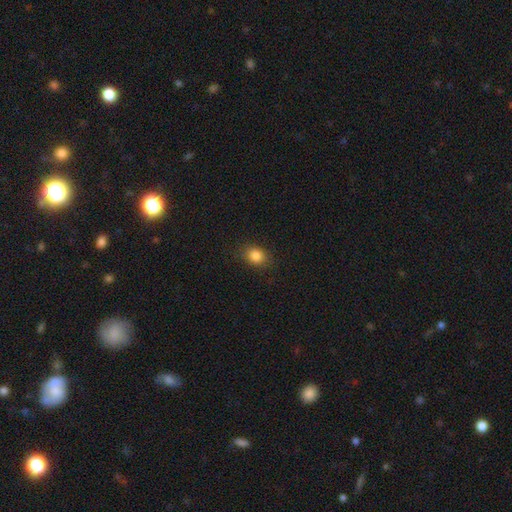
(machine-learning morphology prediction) Smooth or featured? Predicted: smooth (p=0.84). How rounded? Predicted: round (p=0.50). Merging? Predicted: none (p=0.86).